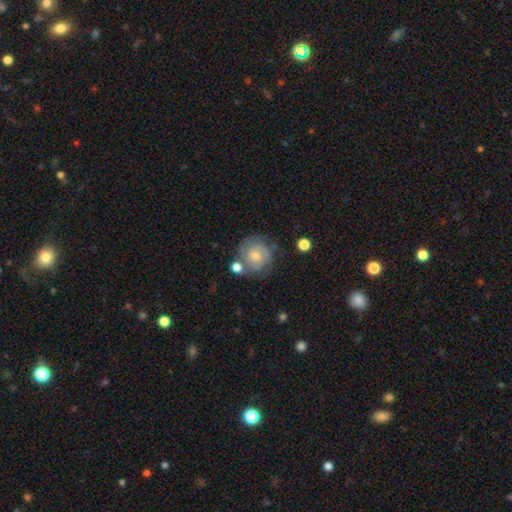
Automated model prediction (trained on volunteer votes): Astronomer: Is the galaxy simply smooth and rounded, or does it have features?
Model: featured or disk — 51% (runner-up: smooth, 41%).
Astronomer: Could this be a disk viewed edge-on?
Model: no — 98%.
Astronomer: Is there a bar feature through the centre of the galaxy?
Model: no — 81%.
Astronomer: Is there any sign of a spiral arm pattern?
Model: yes — 79%.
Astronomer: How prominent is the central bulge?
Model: small — 51% (runner-up: moderate, 41%).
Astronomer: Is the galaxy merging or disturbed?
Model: none — 61%.